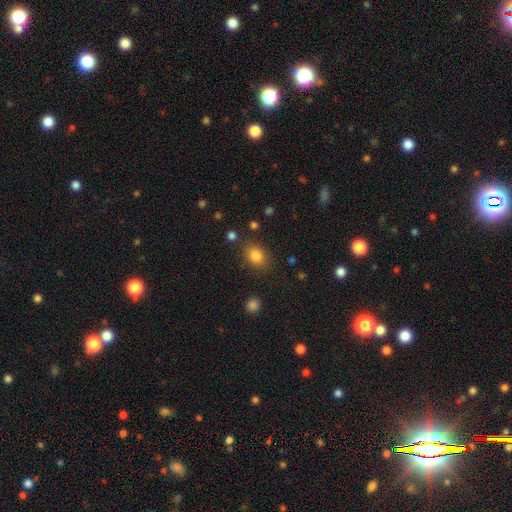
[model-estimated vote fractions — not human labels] smooth_or_featured: smooth (p=0.83) [alt: star or artifact p=0.11]
how_rounded: in between (p=0.59) [alt: round p=0.40]
merging: none (p=0.82) [alt: minor disturbance p=0.11]